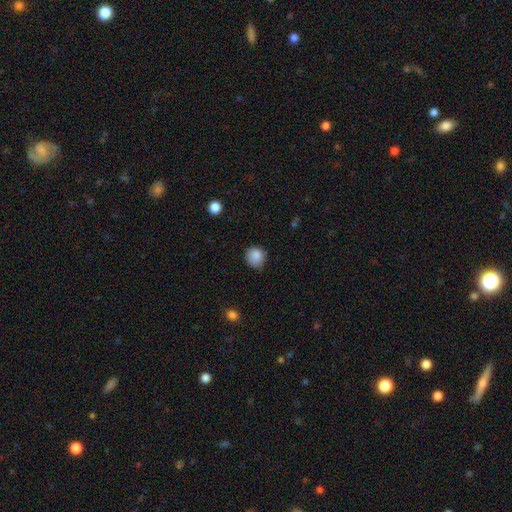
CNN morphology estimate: Q: Smooth or featured?
A: smooth (86%); runner-up: star or artifact (9%)
Q: How rounded?
A: round (79%); runner-up: in between (21%)
Q: Merging?
A: none (66%); runner-up: minor disturbance (27%)